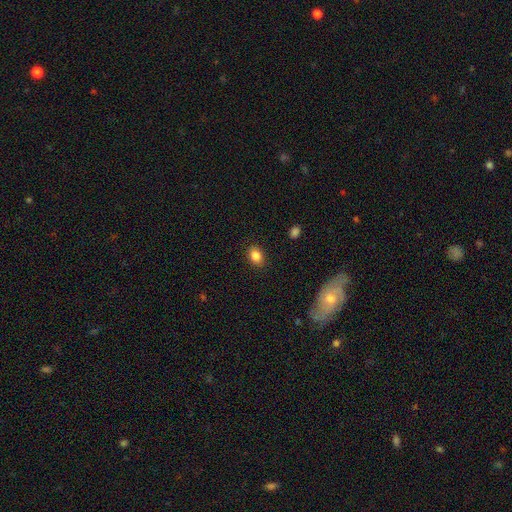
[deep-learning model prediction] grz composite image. It shows a smooth galaxy with no disk features (85%) that is in between round and cigar-shaped (71%). Merging: none (87%).